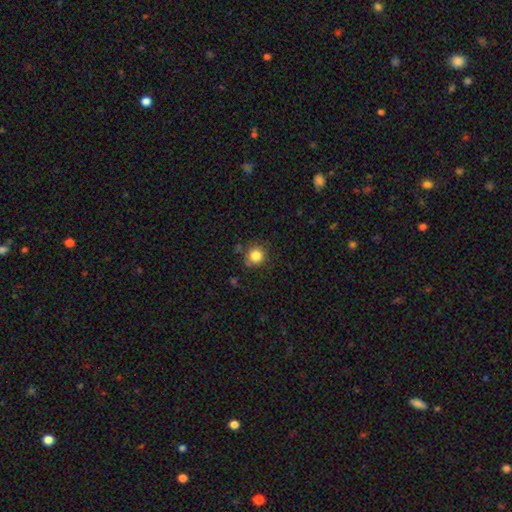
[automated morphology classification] This is clearly a smooth galaxy (84%). How rounded: clearly round (92%). Merging: clearly none (81%).